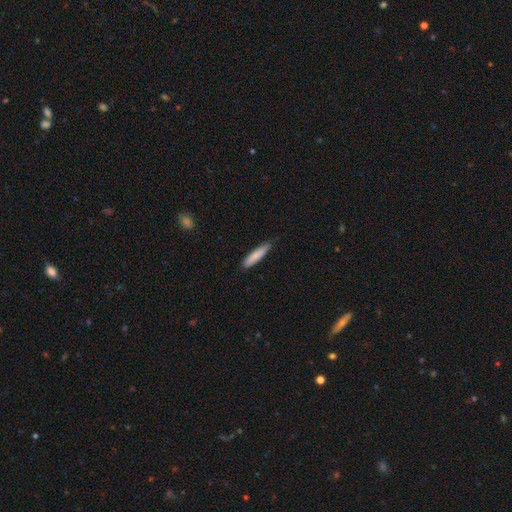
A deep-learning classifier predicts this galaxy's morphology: smooth 81%, featured or disk 13%, star or artifact 6%. Down the decision tree: how rounded — cigar-shaped (85%); merging — none (78%).